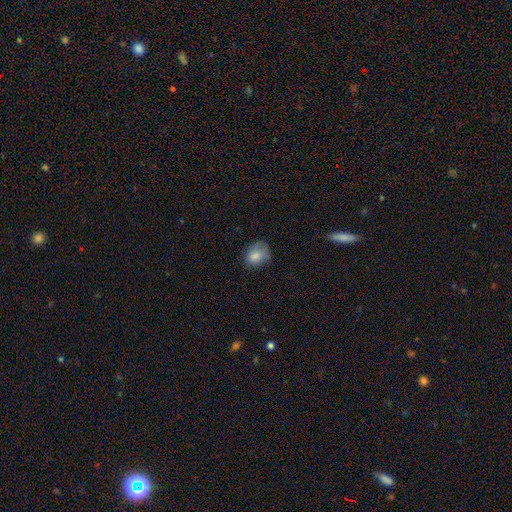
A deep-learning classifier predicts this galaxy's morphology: type=smooth (82%); roundness=in between (55%); merging=none (61%).